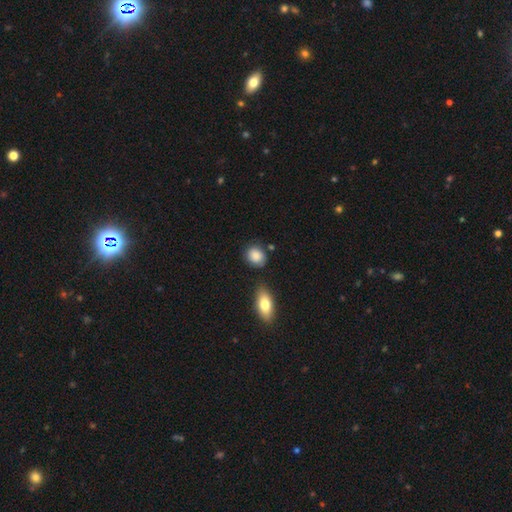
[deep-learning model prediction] Smooth or featured: smooth — 86% (star or artifact — 7%)
How rounded: round — 57% (in between — 41%)
Merging: none — 72% (minor disturbance — 18%)